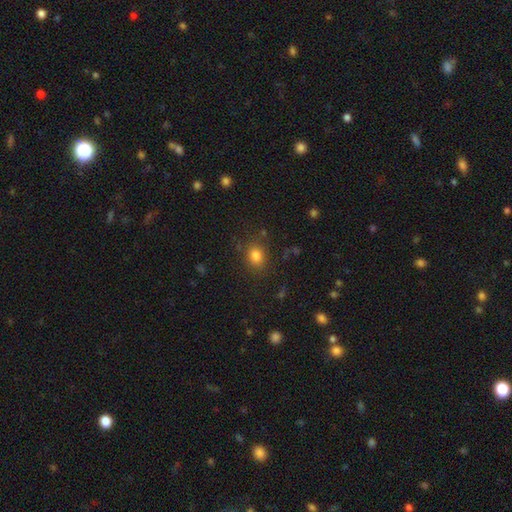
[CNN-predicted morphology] This is clearly a smooth galaxy (81%). How rounded: possibly in between (51%). Merging: clearly none (81%).